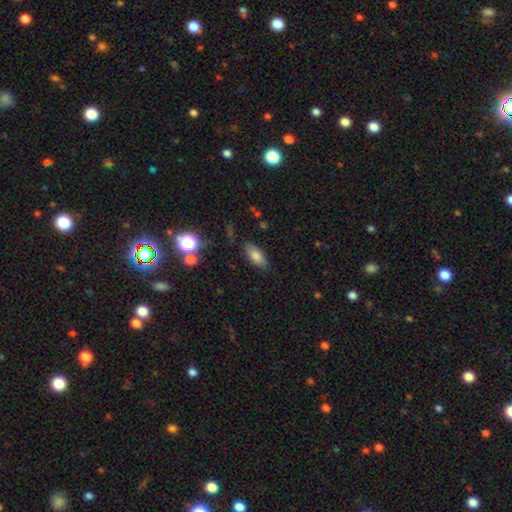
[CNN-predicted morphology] This appears to be a smooth galaxy with no disk features (77%) that is in between round and cigar-shaped (82%). Merging: none (81%).